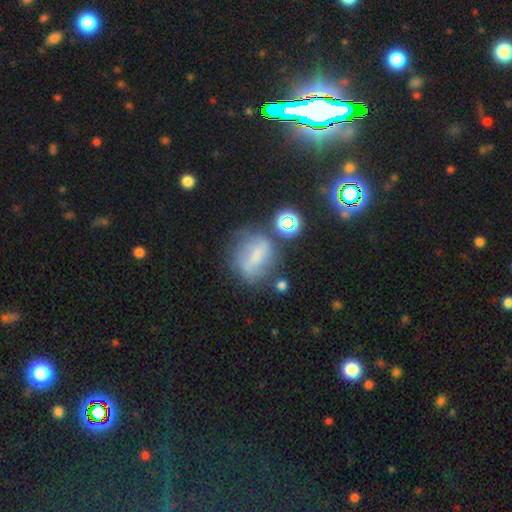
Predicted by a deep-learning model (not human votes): smooth 50%, featured or disk 33%, star or artifact 17%. Down the decision tree: merging — none (50%).